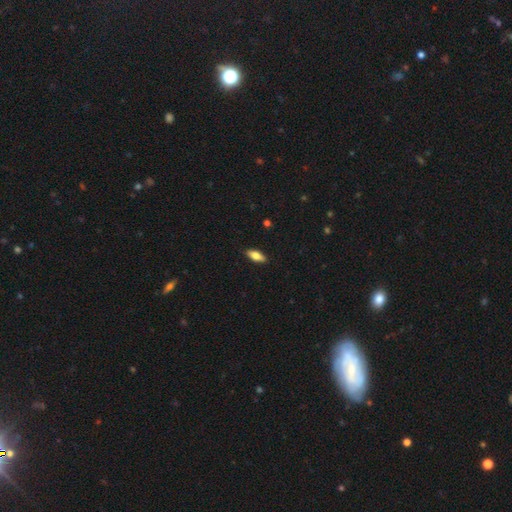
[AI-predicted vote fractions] The model was most divided on "smooth or featured": smooth: 74%, featured or disk: 19%, star or artifact: 7%. More confident: merging — none (89%); how rounded — in between (78%).